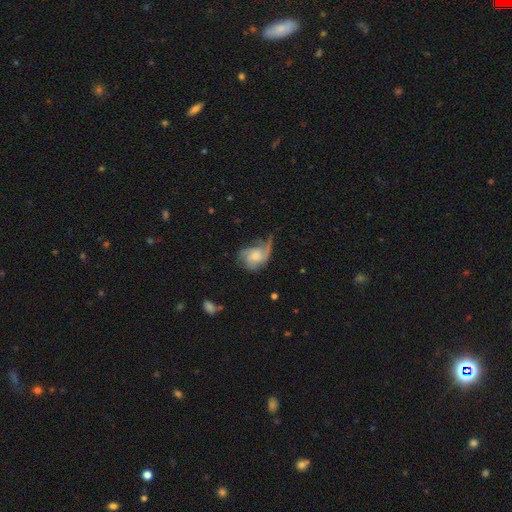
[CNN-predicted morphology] featured or disk 70%, smooth 23%, star or artifact 7%. Down the decision tree: edge-on disk — no (97%); bar — no (72%); spiral arms — yes (91%); spiral arm count — 3 (34%); spiral winding — medium (43%); bulge size — moderate (38%); merging — none (42%).